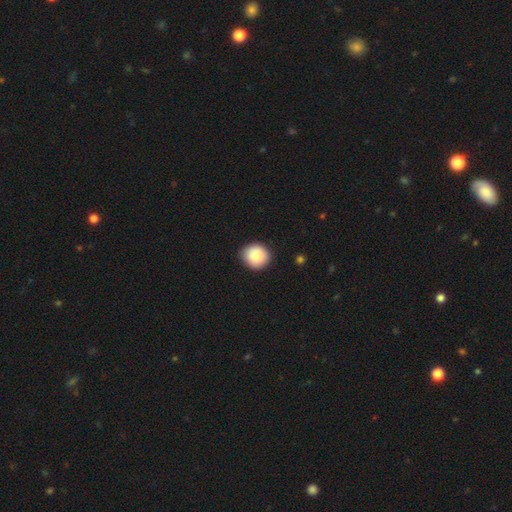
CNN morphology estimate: Smooth or featured? smooth (86%)
How rounded? round (85%)
Merging? none (86%)